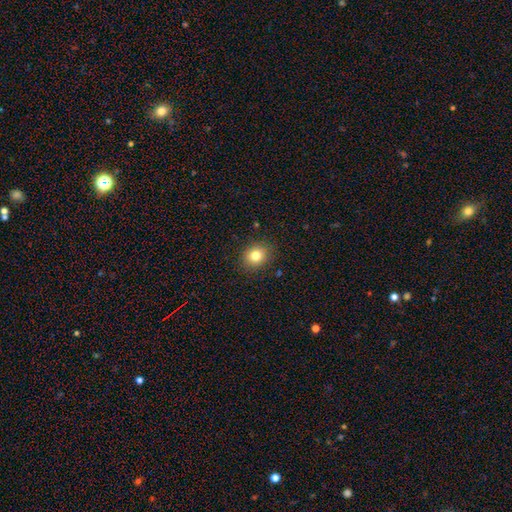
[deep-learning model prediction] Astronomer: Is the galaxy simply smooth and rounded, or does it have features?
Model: smooth — 81%.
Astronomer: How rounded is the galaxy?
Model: round — 66%.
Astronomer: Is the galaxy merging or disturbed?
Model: none — 88%.